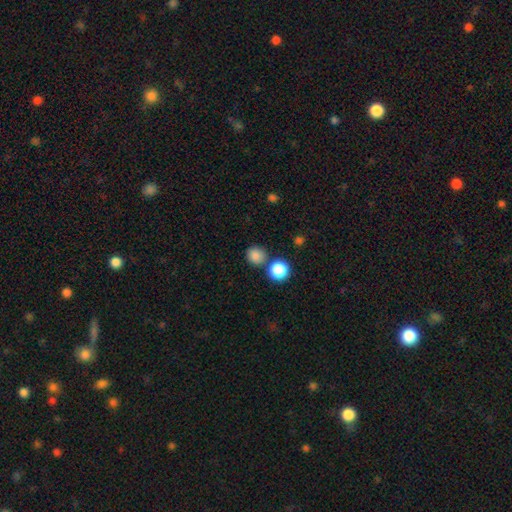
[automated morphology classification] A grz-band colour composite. It shows a smooth galaxy with no disk features (84%) that is round (88%). Merging: none (73%).